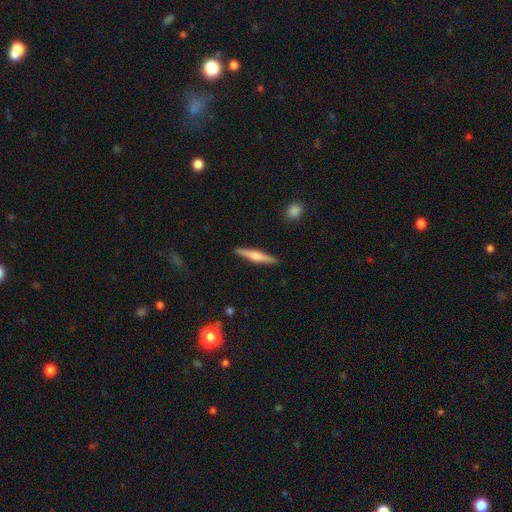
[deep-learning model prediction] A featured or disk galaxy (62%) viewed edge-on (98%) with a rounded central bulge (85%). Merging: none (91%).